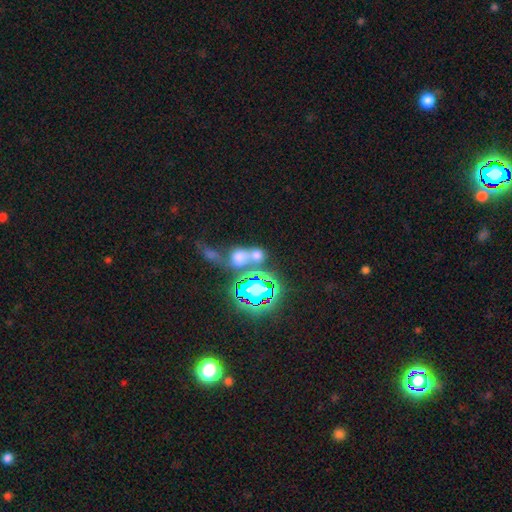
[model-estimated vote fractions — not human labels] The model was most divided on "smooth or featured": smooth: 46%, star or artifact: 37%, featured or disk: 17%. More confident: merging — merger (58%).